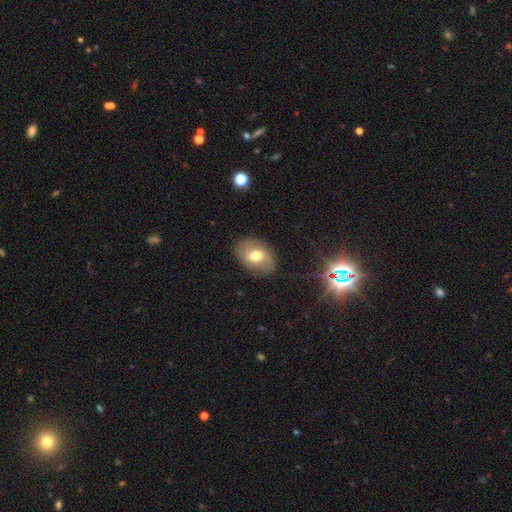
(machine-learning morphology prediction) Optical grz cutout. It shows a smooth galaxy with no disk features (56%) that is in between round and cigar-shaped (73%). Merging: none (80%).